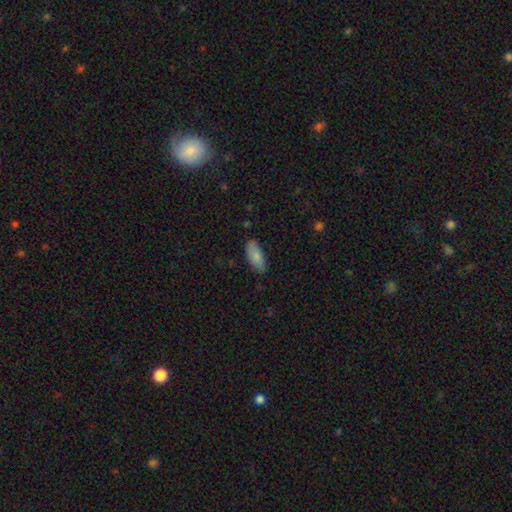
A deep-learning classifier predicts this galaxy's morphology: Smooth or featured: smooth — 81% (featured or disk — 12%)
How rounded: in between — 87% (cigar-shaped — 12%)
Merging: none — 80% (minor disturbance — 16%)